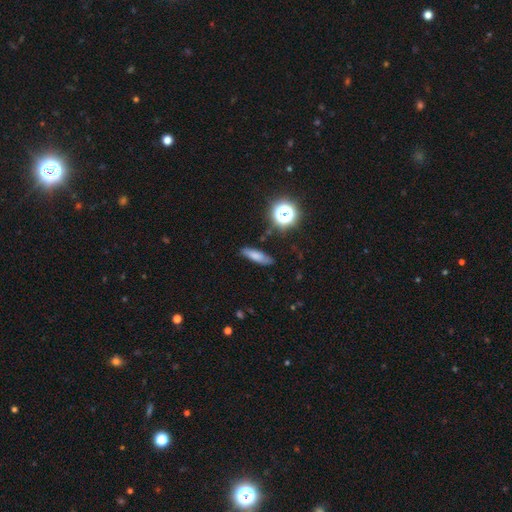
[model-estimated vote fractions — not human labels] smooth-or-featured: smooth: 69% | featured or disk: 17% | star or artifact: 14%
  how-rounded: cigar-shaped: 60% | in between: 33% | round: 8%
  merging: none: 78% | minor disturbance: 16% | major disturbance: 4% | merger: 2%